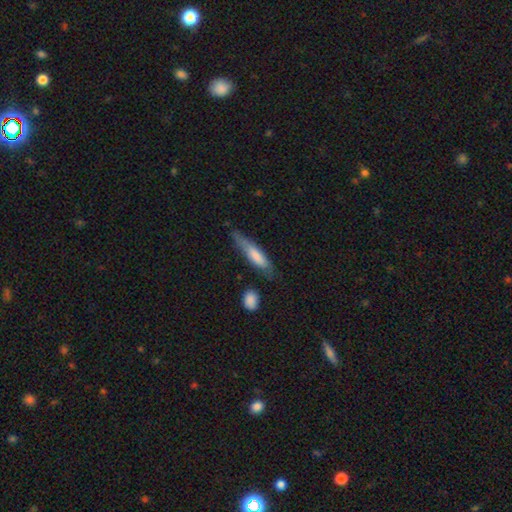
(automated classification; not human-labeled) Q: Smooth or featured?
A: smooth (64%); runner-up: featured or disk (30%)
Q: How rounded?
A: cigar-shaped (79%); runner-up: in between (20%)
Q: Merging?
A: none (59%); runner-up: minor disturbance (28%)